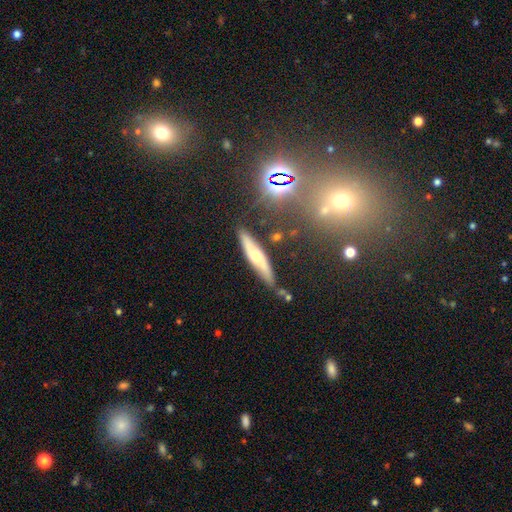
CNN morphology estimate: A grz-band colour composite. It shows a featured or disk galaxy (56%) viewed edge-on (83%). Merging: none (77%).